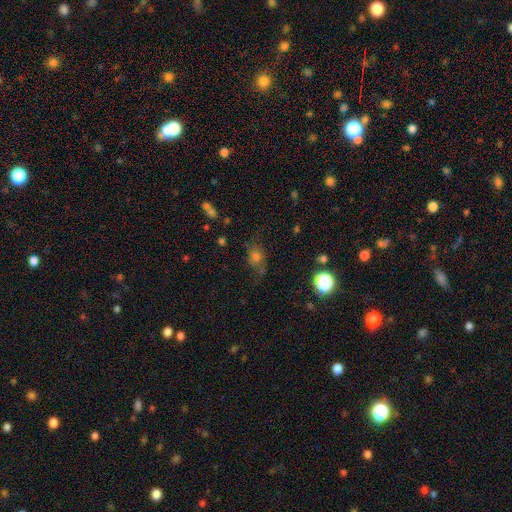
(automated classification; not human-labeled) A smooth galaxy with no disk features (63%) that is round (54%).

Vote fractions:
- Smooth or featured? smooth: 63% / star or artifact: 21% / featured or disk: 15%
- How rounded? round: 54% / in between: 44% / cigar-shaped: 2%
- Merging? none: 63% / minor disturbance: 22% / major disturbance: 10% / merger: 6%